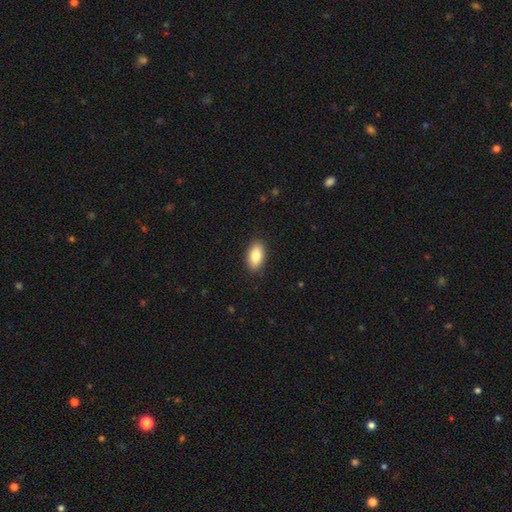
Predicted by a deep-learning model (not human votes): This appears to be a smooth galaxy with no disk features (85%) that is in between round and cigar-shaped (93%). Merging: none (89%).